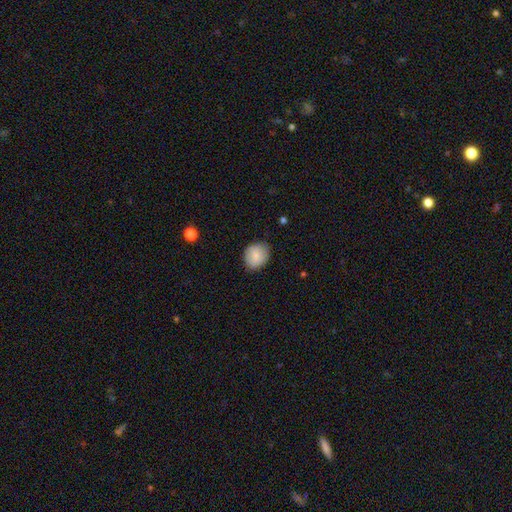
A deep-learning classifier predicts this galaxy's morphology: The model was most divided on "how rounded": round: 64%, in between: 35%, cigar-shaped: 1%. More confident: smooth or featured — smooth (83%); merging — none (80%).